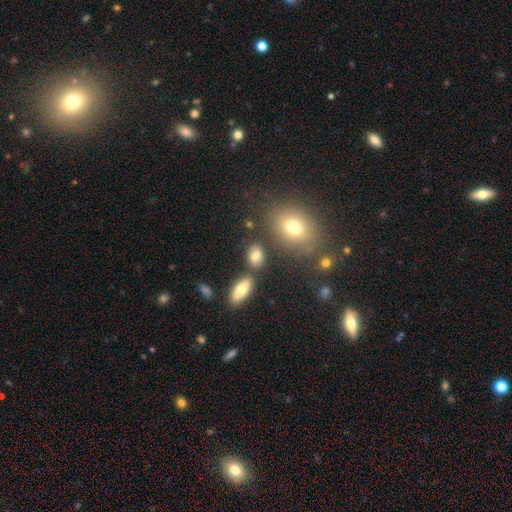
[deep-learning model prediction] A smooth galaxy with no disk features (79%) that is in between round and cigar-shaped (76%).

Vote fractions:
- Smooth or featured? smooth: 79% / star or artifact: 11% / featured or disk: 9%
- How rounded? in between: 76% / round: 21% / cigar-shaped: 3%
- Merging? none: 74% / minor disturbance: 12% / merger: 10% / major disturbance: 4%